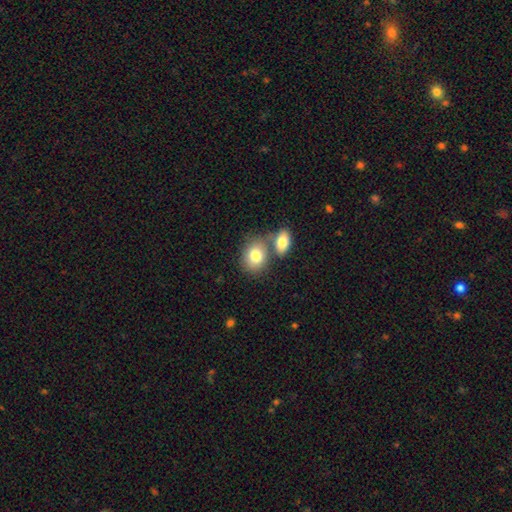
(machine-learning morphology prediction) Smooth or featured? Predicted: smooth (p=0.80). How rounded? Predicted: in between (p=0.61). Merging? Predicted: none (p=0.47).